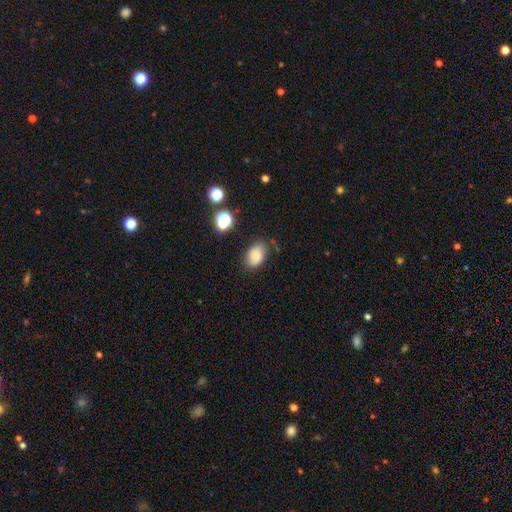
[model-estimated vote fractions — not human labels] The model was most divided on "merging": none: 66%, minor disturbance: 24%, major disturbance: 7%, merger: 3%. More confident: how rounded — in between (84%); smooth or featured — smooth (78%).